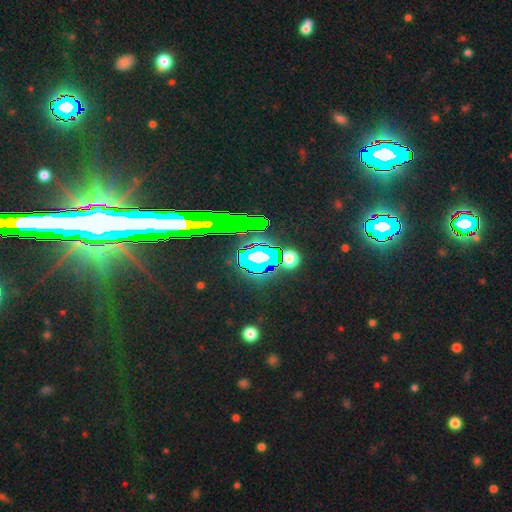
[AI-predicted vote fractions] The model was most divided on "smooth or featured": star or artifact: 68%, smooth: 19%, featured or disk: 13%.